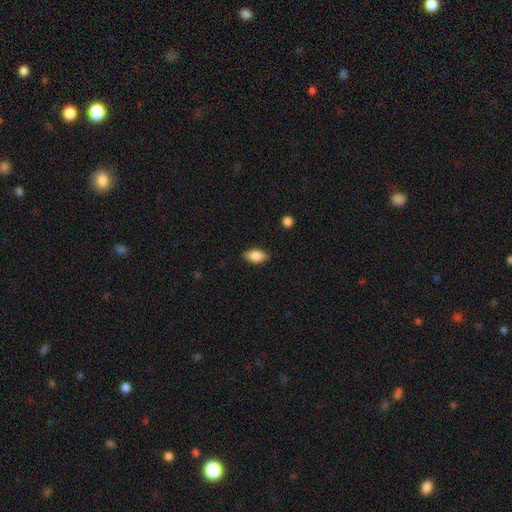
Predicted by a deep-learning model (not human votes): Smooth or featured: smooth — 83% (featured or disk — 10%)
How rounded: in between — 90% (round — 5%)
Merging: none — 85% (minor disturbance — 11%)